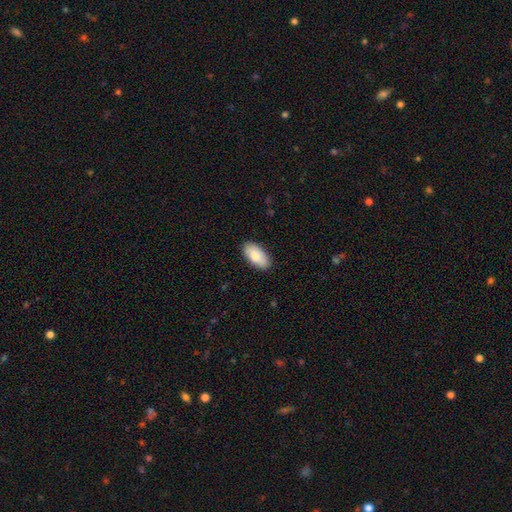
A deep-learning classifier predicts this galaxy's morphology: Overall: smooth (85%). How rounded: in between (94%). Merging: none (87%).